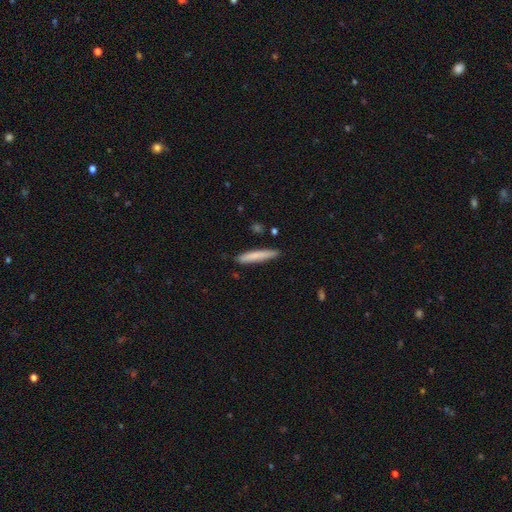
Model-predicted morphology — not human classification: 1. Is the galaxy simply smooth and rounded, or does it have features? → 77% smooth, 18% featured or disk, 6% star or artifact.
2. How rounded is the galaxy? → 94% cigar-shaped, 5% in between, 1% round.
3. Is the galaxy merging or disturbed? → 86% none, 10% minor disturbance, 2% merger, 2% major disturbance.